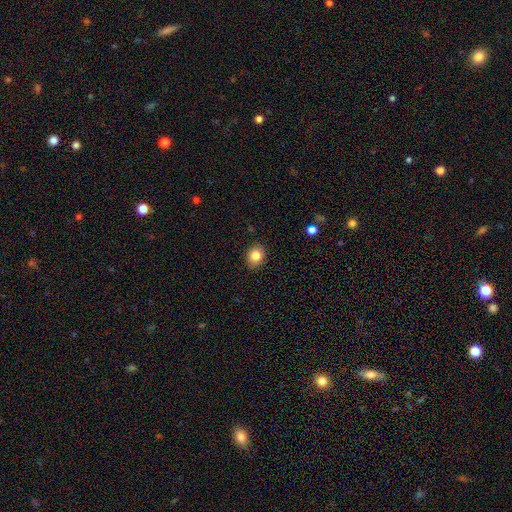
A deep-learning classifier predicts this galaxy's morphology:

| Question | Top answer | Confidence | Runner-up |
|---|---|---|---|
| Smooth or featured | smooth | 84% | star or artifact (10%) |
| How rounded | round | 57% | in between (42%) |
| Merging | none | 87% | minor disturbance (10%) |